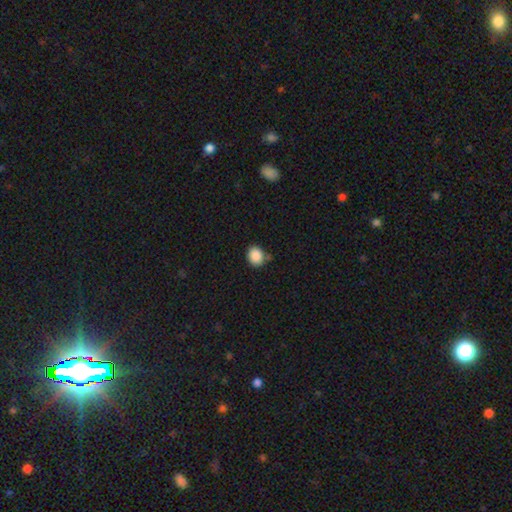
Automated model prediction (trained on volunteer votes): Morphology: type=smooth (88%); roundness=round (58%); merging=none (74%).